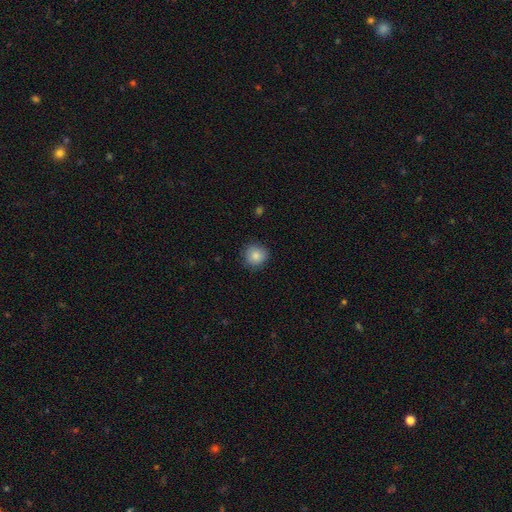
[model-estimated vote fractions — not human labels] Q: Smooth or featured?
A: smooth (85%); runner-up: star or artifact (9%)
Q: How rounded?
A: round (91%); runner-up: in between (8%)
Q: Merging?
A: none (86%); runner-up: minor disturbance (11%)